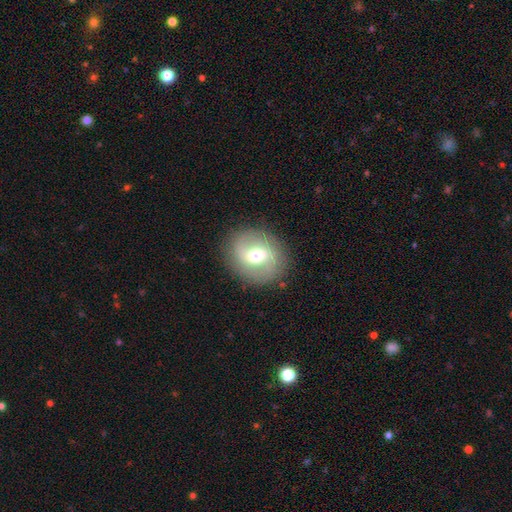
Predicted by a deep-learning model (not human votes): Smooth or featured?
  - featured or disk: 58% *
  - smooth: 34%
  - star or artifact: 8%
Edge-on disk?
  - no: 95% *
  - yes: 5%
Bar?
  - weak: 50% *
  - strong: 26%
  - no: 24%
Spiral arms?
  - yes: 70% *
  - no: 30%
Bulge size?
  - moderate: 69% *
  - small: 19%
  - large: 10%
  - dominant: 1%
  - none: 1%
Merging?
  - none: 85% *
  - minor disturbance: 9%
  - major disturbance: 4%
  - merger: 1%